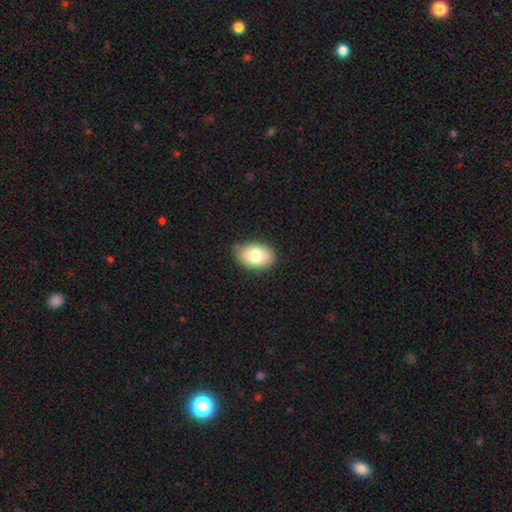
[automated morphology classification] smooth 79%, featured or disk 14%, star or artifact 7%. Down the decision tree: how rounded — in between (88%); merging — none (77%).